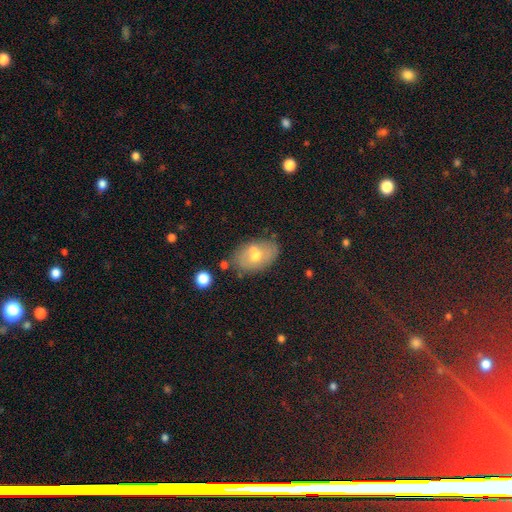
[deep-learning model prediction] Overall: smooth (55%; featured or disk 31%). How rounded: in between (86%). Merging: none (66%).